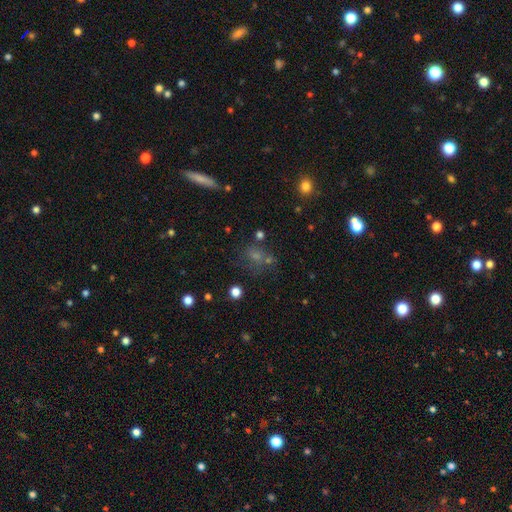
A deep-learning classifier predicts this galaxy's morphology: Overall: smooth (43%; star or artifact 37%). Merging: none (64%).